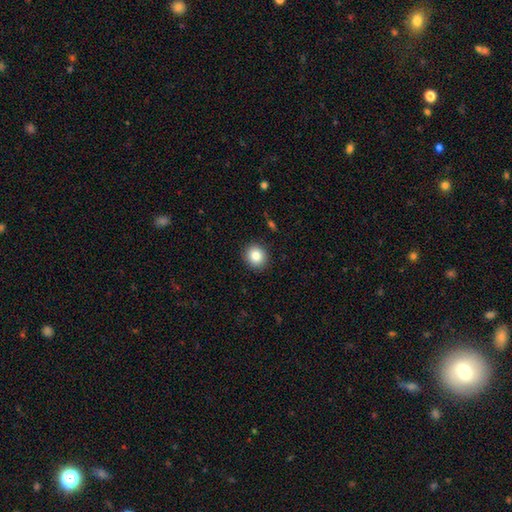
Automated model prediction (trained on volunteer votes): Smooth or featured? Predicted: smooth (p=0.84). How rounded? Predicted: round (p=0.85). Merging? Predicted: none (p=0.90).